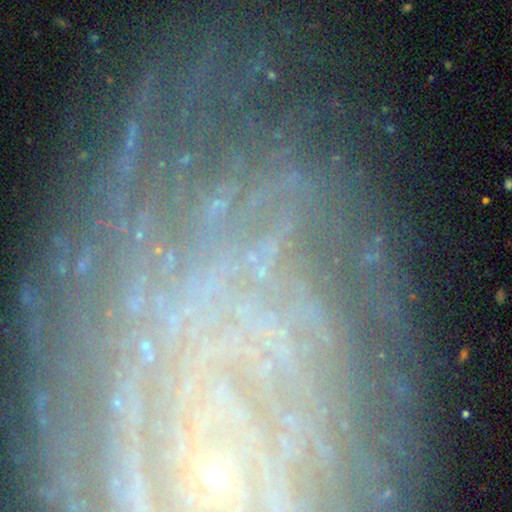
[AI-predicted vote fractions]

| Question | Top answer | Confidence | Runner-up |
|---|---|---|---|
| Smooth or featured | featured or disk | 70% | star or artifact (20%) |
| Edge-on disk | no | 95% | yes (5%) |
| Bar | no | 68% | weak (20%) |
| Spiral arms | yes | 92% | no (8%) |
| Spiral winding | tight | 77% | medium (16%) |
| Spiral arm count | can't tell | 32% | more than 4 (18%) |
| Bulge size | small | 71% | moderate (14%) |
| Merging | none | 70% | minor disturbance (16%) |